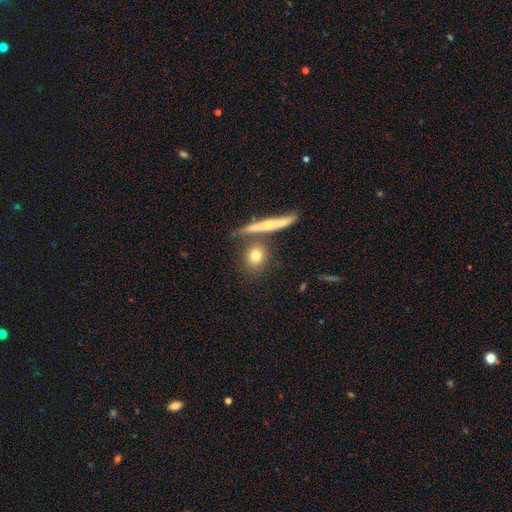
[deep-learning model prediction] Smooth or featured: smooth — 76% (featured or disk — 15%)
How rounded: round — 68% (in between — 22%)
Merging: none — 72% (merger — 14%)